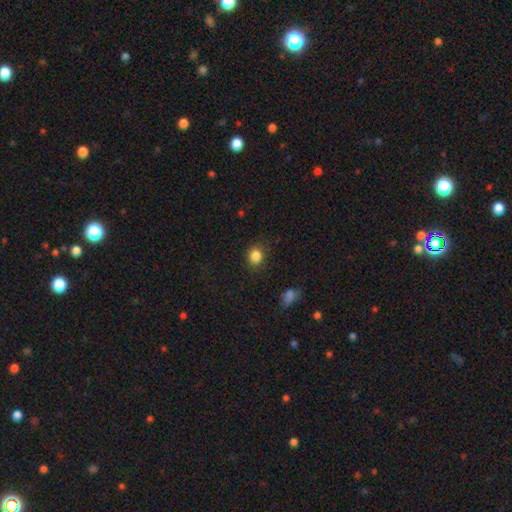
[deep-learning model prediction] A smooth galaxy with no disk features (85%) that is round (72%). Merging: none (85%).